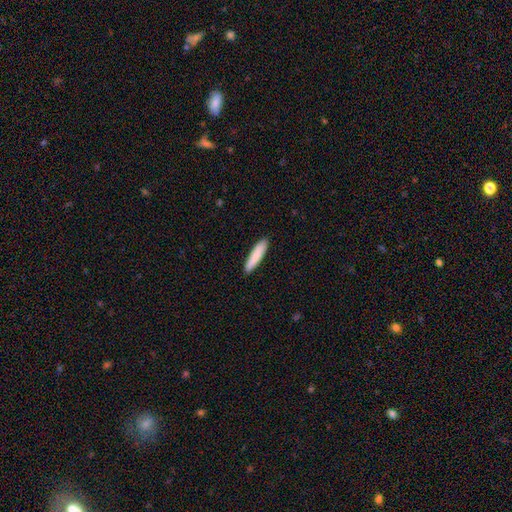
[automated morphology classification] Q: Smooth or featured?
A: smooth (85%); runner-up: featured or disk (9%)
Q: How rounded?
A: cigar-shaped (84%); runner-up: in between (15%)
Q: Merging?
A: none (90%); runner-up: minor disturbance (7%)